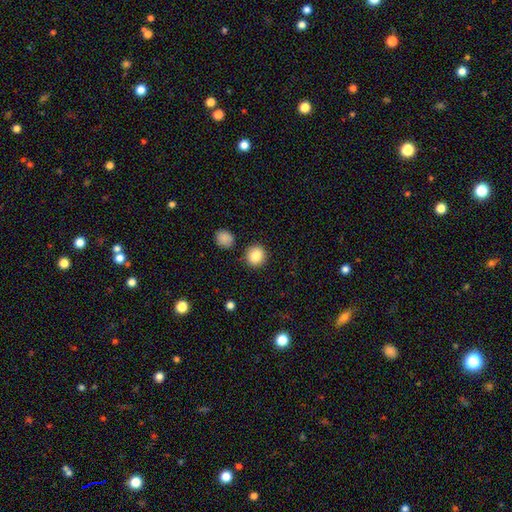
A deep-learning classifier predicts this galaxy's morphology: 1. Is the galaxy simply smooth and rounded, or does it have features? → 86% smooth, 9% star or artifact, 5% featured or disk.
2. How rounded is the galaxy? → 90% round, 9% in between, 1% cigar-shaped.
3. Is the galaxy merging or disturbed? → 89% none, 6% minor disturbance, 3% merger, 2% major disturbance.